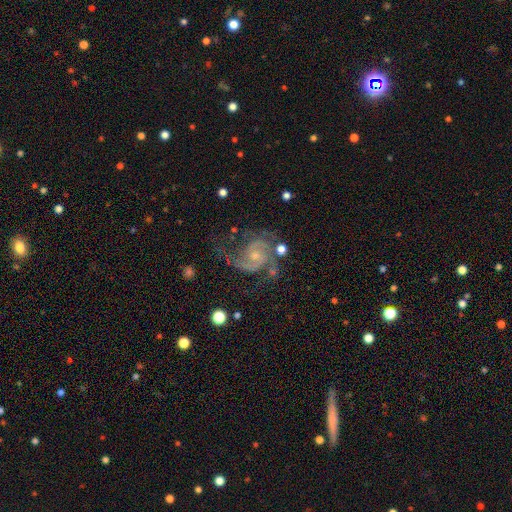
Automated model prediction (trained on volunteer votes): Smooth or featured?
  - featured or disk: 89% *
  - star or artifact: 6%
  - smooth: 5%
Edge-on disk?
  - no: 98% *
  - yes: 2%
Bar?
  - no: 63% *
  - weak: 31%
  - strong: 6%
Spiral arms?
  - yes: 97% *
  - no: 3%
Spiral winding?
  - medium: 53% *
  - tight: 30%
  - loose: 16%
Spiral arm count?
  - 2: 76% *
  - 3: 10%
  - can't tell: 6%
  - 1: 3%
  - 4: 2%
  - more than 4: 2%
Bulge size?
  - small: 61% *
  - moderate: 33%
  - none: 3%
  - large: 2%
  - dominant: 1%
Merging?
  - none: 56% *
  - minor disturbance: 21%
  - major disturbance: 17%
  - merger: 5%